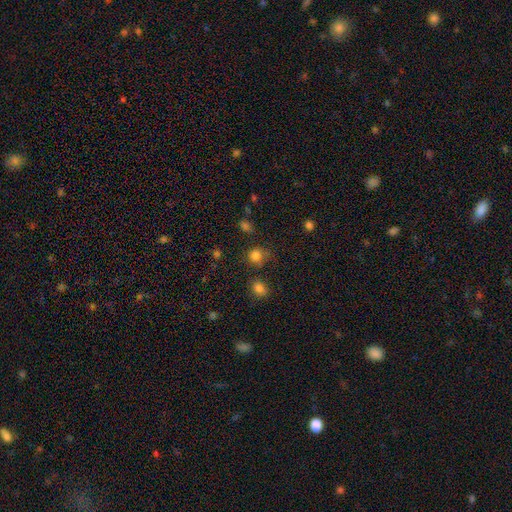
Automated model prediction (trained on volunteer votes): Smooth or featured? smooth (80%)
How rounded? round (80%)
Merging? none (70%)